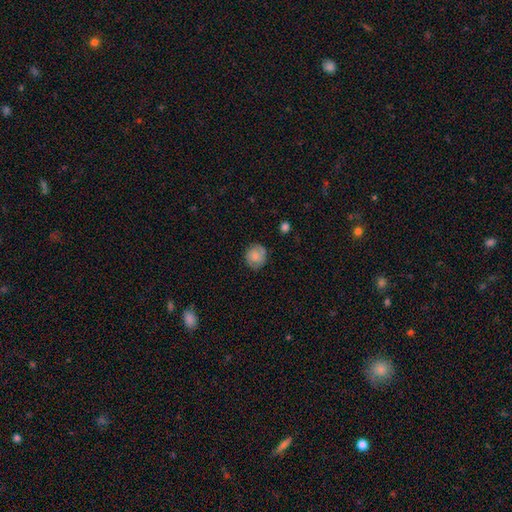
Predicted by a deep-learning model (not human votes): Smooth or featured: smooth — 75% (featured or disk — 18%)
How rounded: round — 87% (in between — 12%)
Merging: none — 80% (minor disturbance — 15%)